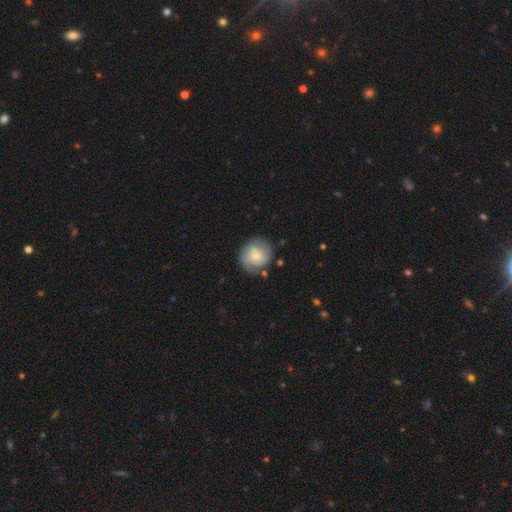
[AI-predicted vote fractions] smooth-or-featured: smooth: 57% | featured or disk: 36% | star or artifact: 7%
  how-rounded: round: 86% | in between: 13% | cigar-shaped: 1%
  merging: none: 71% | minor disturbance: 19% | major disturbance: 6% | merger: 3%